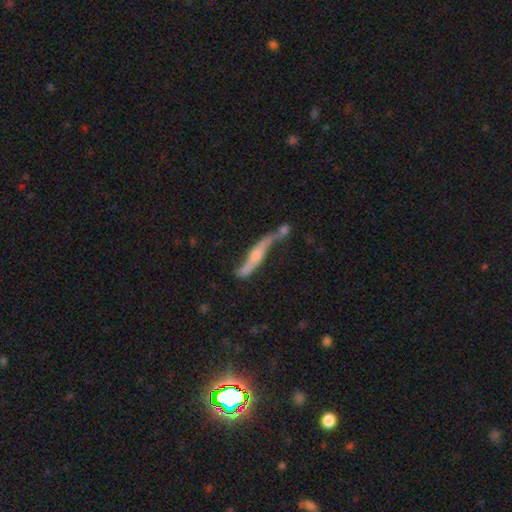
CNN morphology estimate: This is likely a featured or disk galaxy (69%). It is likely viewed edge-on (67%). Merging: marginally merger (35%).